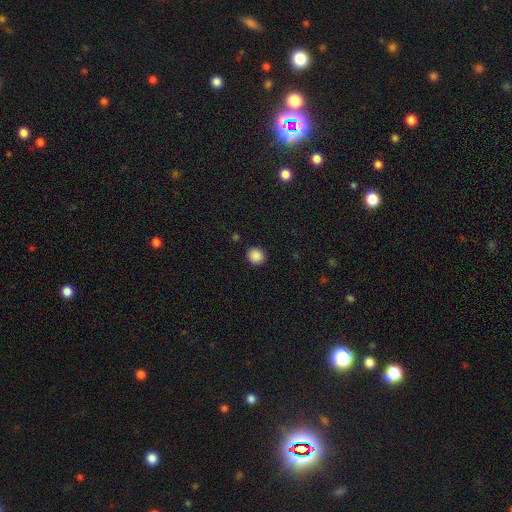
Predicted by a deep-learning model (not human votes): The model was most divided on "how rounded": round: 83%, in between: 17%, cigar-shaped: 1%. More confident: merging — none (90%); smooth or featured — smooth (88%).